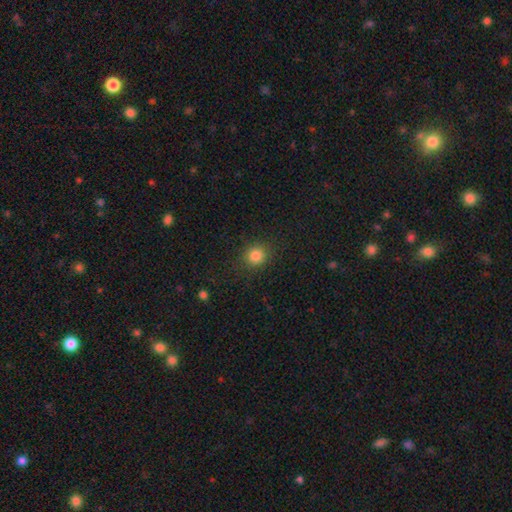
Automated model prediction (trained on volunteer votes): Overall: smooth (83%). How rounded: round (86%). Merging: none (87%).